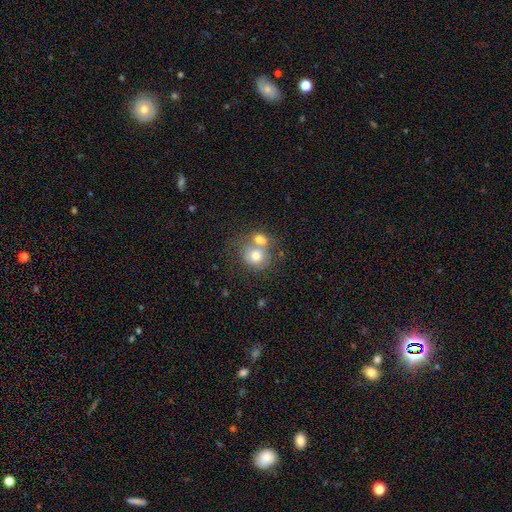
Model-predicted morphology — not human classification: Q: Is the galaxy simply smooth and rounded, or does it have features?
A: smooth — 71%.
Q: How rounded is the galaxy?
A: round — 76%.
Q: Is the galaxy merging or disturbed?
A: merger — 54%.